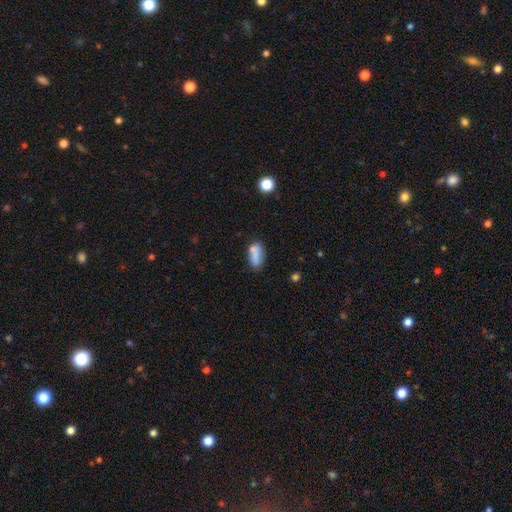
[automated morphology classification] Smooth or featured?
  - smooth: 80% *
  - featured or disk: 11%
  - star or artifact: 9%
How rounded?
  - in between: 84% *
  - cigar-shaped: 11%
  - round: 4%
Merging?
  - none: 60% *
  - minor disturbance: 20%
  - merger: 13%
  - major disturbance: 6%